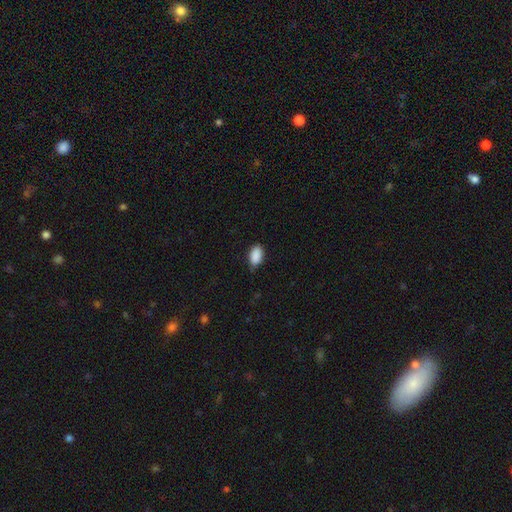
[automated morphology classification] Smooth or featured?
  - smooth: 89% *
  - star or artifact: 7%
  - featured or disk: 3%
How rounded?
  - in between: 92% *
  - round: 6%
  - cigar-shaped: 2%
Merging?
  - none: 74% *
  - minor disturbance: 22%
  - major disturbance: 3%
  - merger: 1%